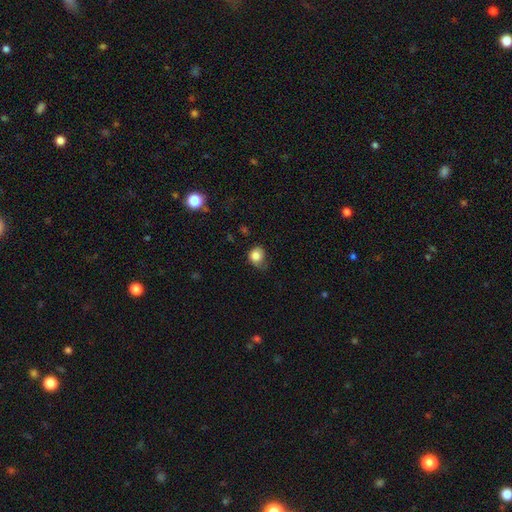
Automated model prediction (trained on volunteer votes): Q: Smooth or featured?
A: smooth (81%); runner-up: featured or disk (10%)
Q: How rounded?
A: round (70%); runner-up: in between (30%)
Q: Merging?
A: none (44%); runner-up: minor disturbance (38%)